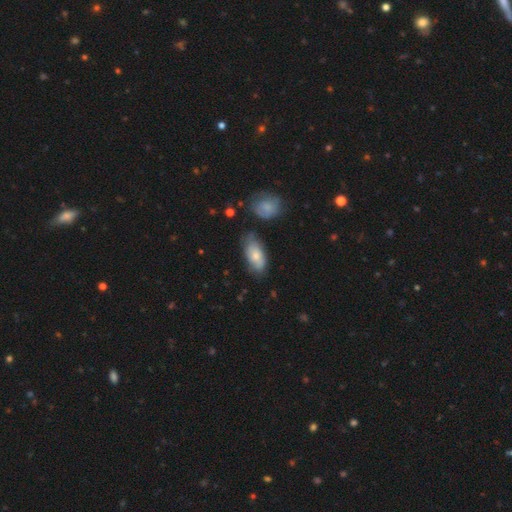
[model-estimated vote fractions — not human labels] Smooth or featured: smooth — 70% (featured or disk — 24%)
How rounded: in between — 90% (cigar-shaped — 7%)
Merging: none — 59% (minor disturbance — 27%)